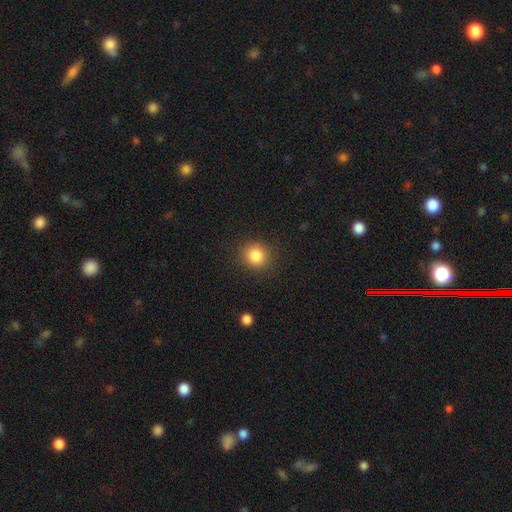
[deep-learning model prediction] The model was most divided on "how rounded": round: 86%, in between: 14%, cigar-shaped: 1%. More confident: merging — none (87%); smooth or featured — smooth (85%).